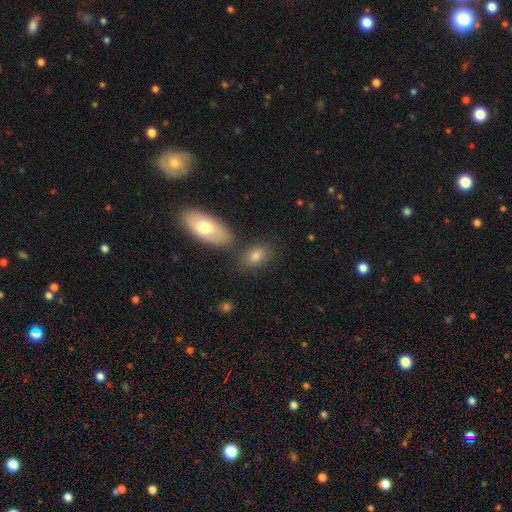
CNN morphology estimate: Smooth or featured: smooth — 76% (featured or disk — 15%)
How rounded: in between — 86% (round — 10%)
Merging: none — 68% (merger — 15%)